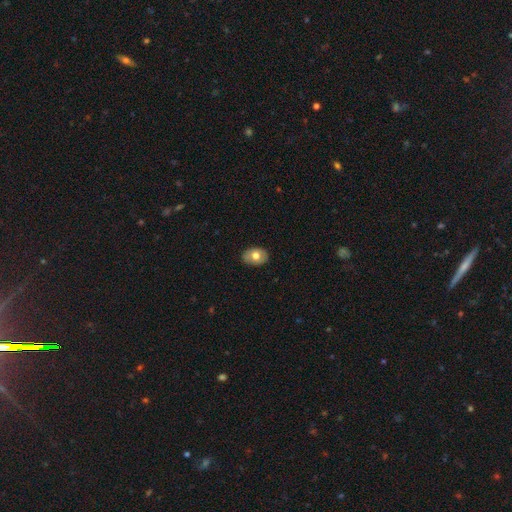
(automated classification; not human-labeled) This is likely a smooth galaxy (69%). How rounded: likely in between (76%). Merging: clearly none (86%).